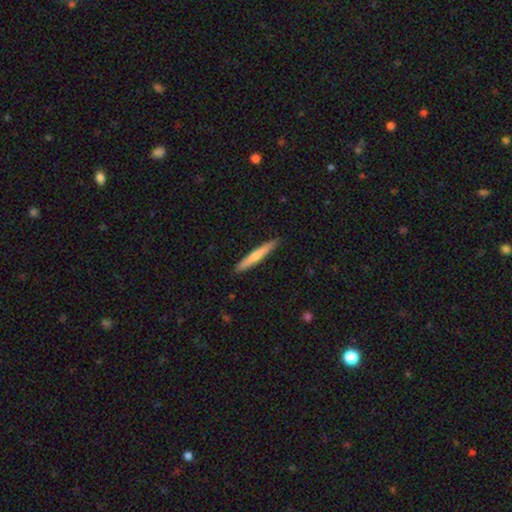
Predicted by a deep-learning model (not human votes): Q: Smooth or featured?
A: smooth (61%); runner-up: featured or disk (34%)
Q: How rounded?
A: cigar-shaped (95%); runner-up: in between (4%)
Q: Merging?
A: none (91%); runner-up: minor disturbance (7%)